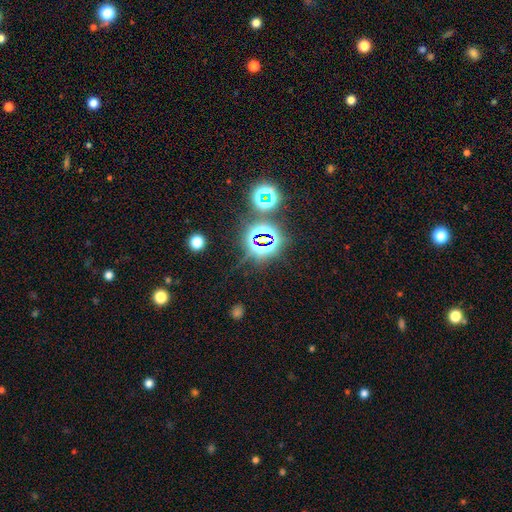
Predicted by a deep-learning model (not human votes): This appears to be a star or artifact, not a galaxy (78%).